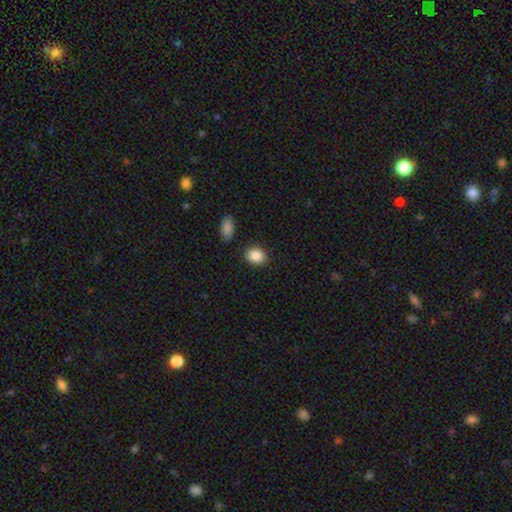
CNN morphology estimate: Smooth or featured?
  - smooth: 87% *
  - star or artifact: 8%
  - featured or disk: 5%
How rounded?
  - in between: 53% *
  - round: 46%
  - cigar-shaped: 1%
Merging?
  - none: 86% *
  - minor disturbance: 9%
  - merger: 3%
  - major disturbance: 2%